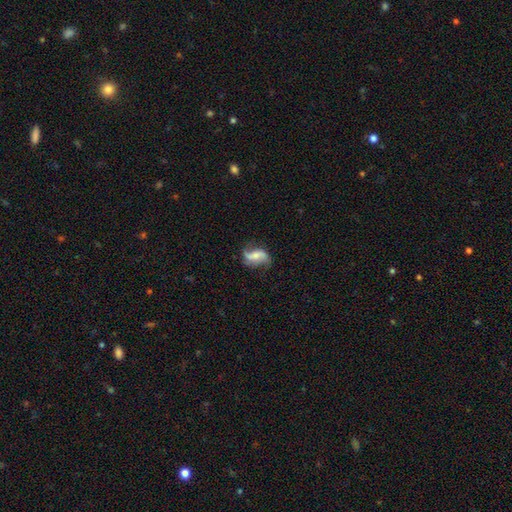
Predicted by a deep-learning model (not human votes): Morphology: type=featured or disk (72%); edge-on=no (96%); bar=no (39%); spiral arms=yes (92%); winding=loose (74%); arm count=2 (87%); bulge=small (45%); merging=none (63%).